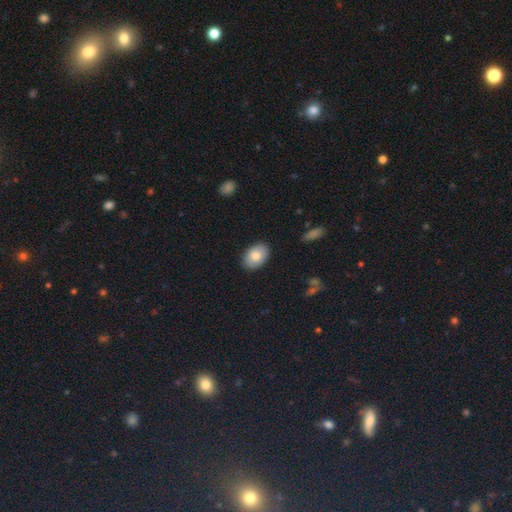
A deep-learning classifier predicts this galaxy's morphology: smooth 81%, featured or disk 12%, star or artifact 7%. Down the decision tree: how rounded — in between (86%); merging — none (88%).